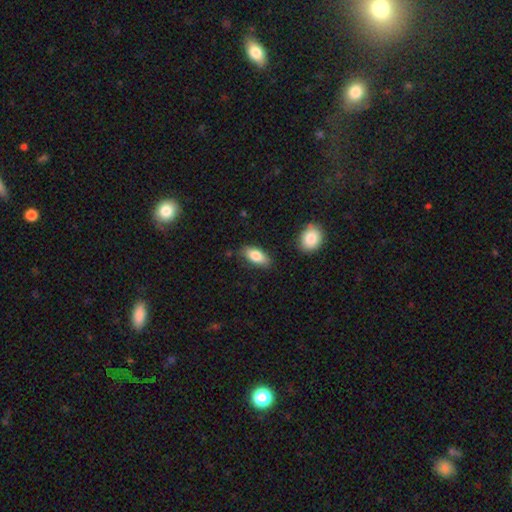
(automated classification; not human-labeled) A smooth galaxy with no disk features (83%) that is in between round and cigar-shaped (88%). Merging: none (80%).